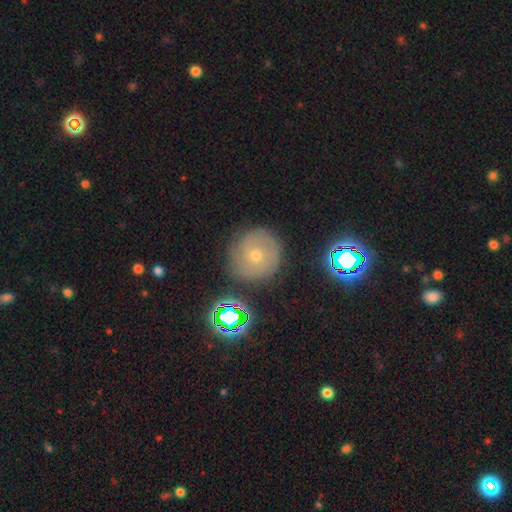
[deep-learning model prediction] Smooth or featured? featured or disk (52%)
Edge-on disk? no (96%)
Bar? no (78%)
Spiral arms? yes (81%)
Bulge size? small (65%)
Merging? none (82%)